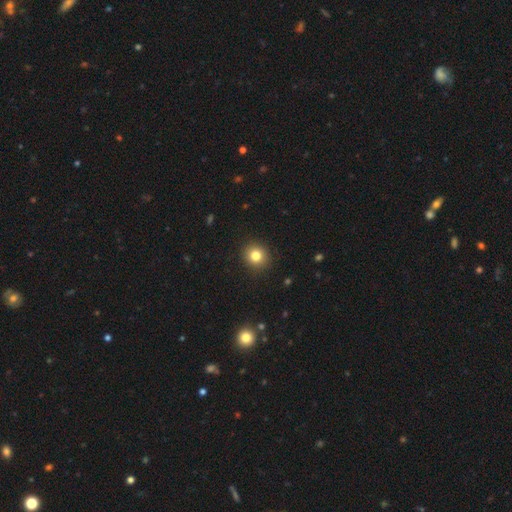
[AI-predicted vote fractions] Smooth or featured? smooth (81%)
How rounded? round (88%)
Merging? none (91%)